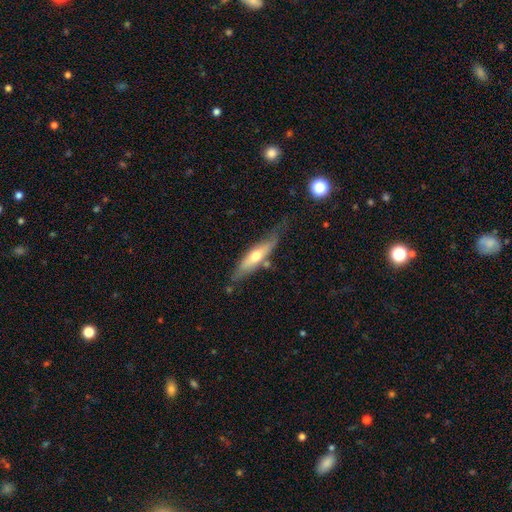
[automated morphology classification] Smooth or featured? smooth (47%, tied with featured or disk)
Merging? none (62%)